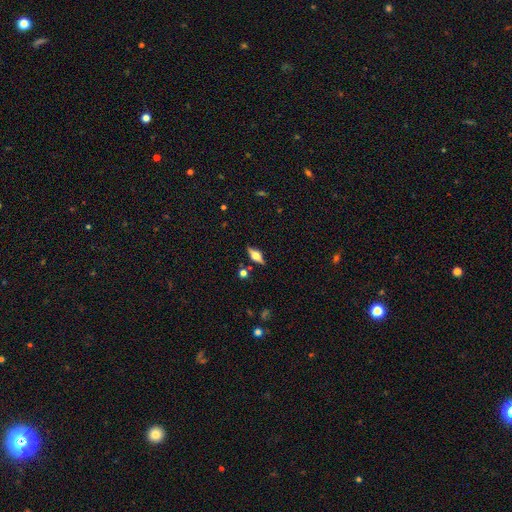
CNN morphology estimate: Q: Smooth or featured?
A: featured or disk (62%); runner-up: smooth (31%)
Q: Edge-on disk?
A: yes (94%); runner-up: no (6%)
Q: Edge-on bulge?
A: rounded (90%); runner-up: boxy (8%)
Q: Merging?
A: none (84%); runner-up: minor disturbance (10%)